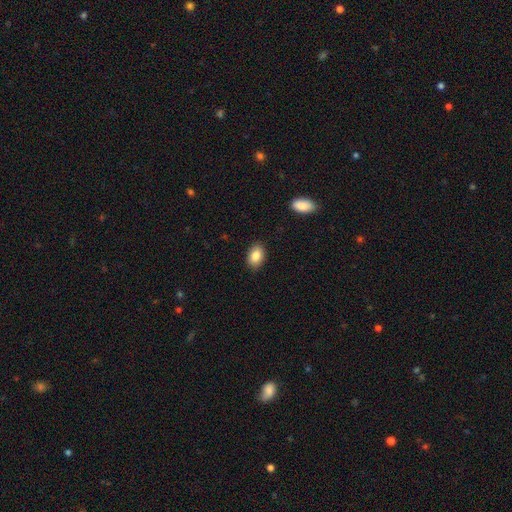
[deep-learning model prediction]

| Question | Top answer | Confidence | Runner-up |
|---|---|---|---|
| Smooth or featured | smooth | 86% | star or artifact (8%) |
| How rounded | in between | 84% | round (14%) |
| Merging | none | 88% | minor disturbance (9%) |